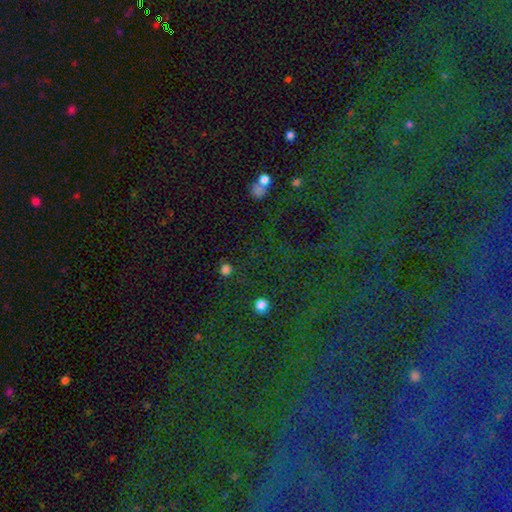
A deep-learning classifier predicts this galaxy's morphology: smooth-or-featured: star or artifact: 78% | smooth: 12% | featured or disk: 10%